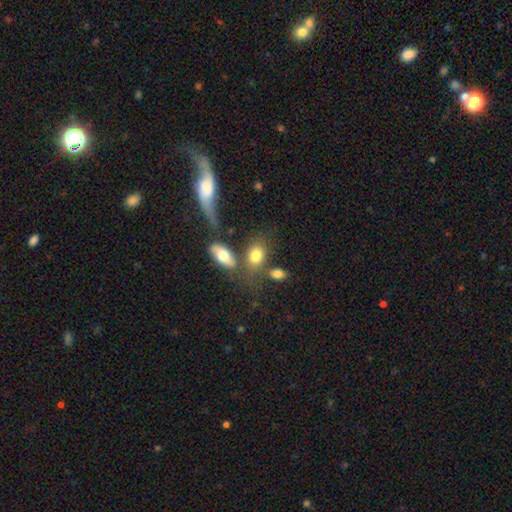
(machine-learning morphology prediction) Smooth or featured? smooth (78%)
How rounded? in between (79%)
Merging? none (55%)